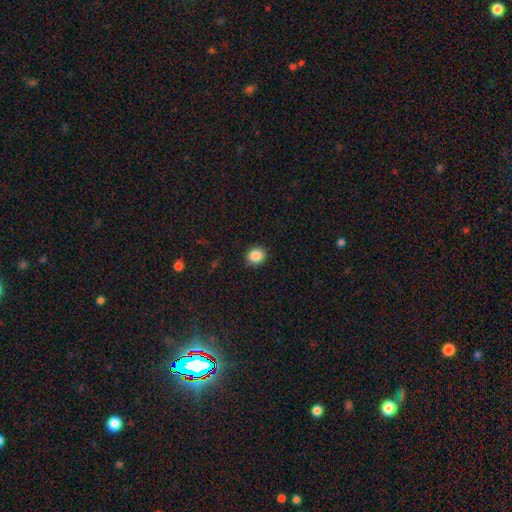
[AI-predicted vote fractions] Overall: smooth (87%). How rounded: round (80%). Merging: none (90%).